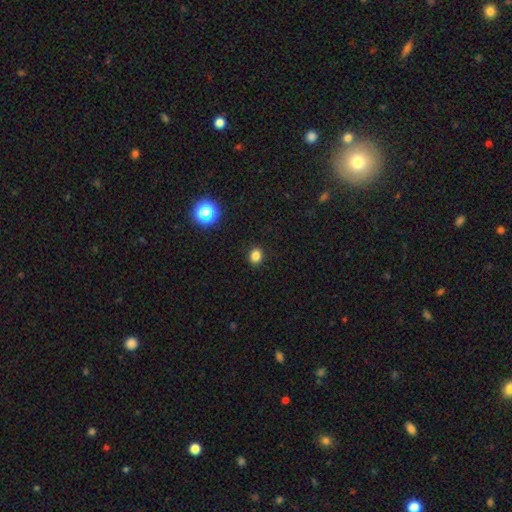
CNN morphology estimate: A smooth galaxy with no disk features (83%) that is round (61%). Merging: none (91%).